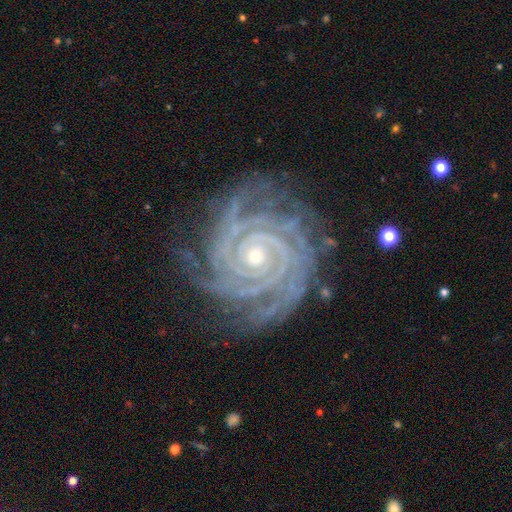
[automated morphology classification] type=featured or disk (93%); edge-on=no (98%); bar=no (69%); spiral arms=yes (99%); winding=tight (88%); arm count=3 (24%); bulge=small (64%); merging=none (76%).